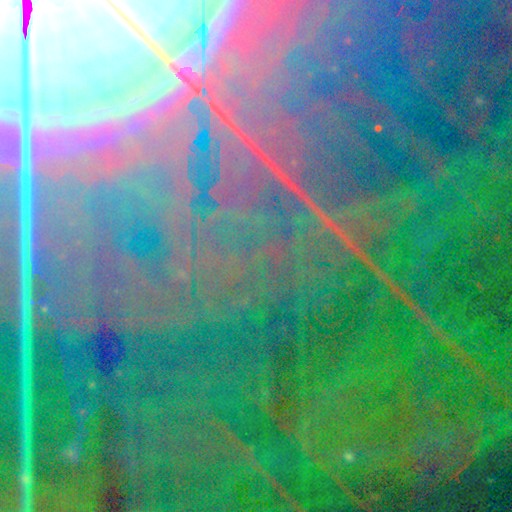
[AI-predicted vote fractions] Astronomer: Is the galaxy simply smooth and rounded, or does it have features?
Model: star or artifact — 87%.